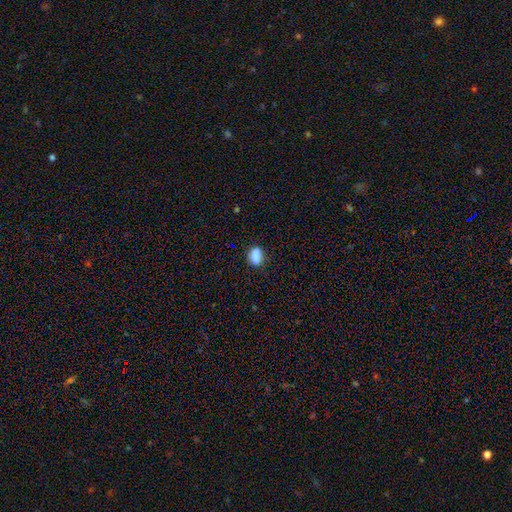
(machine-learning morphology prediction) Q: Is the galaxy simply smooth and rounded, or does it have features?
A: smooth — 84%.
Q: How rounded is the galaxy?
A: in between — 73%.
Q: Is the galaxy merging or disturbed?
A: none — 74%.